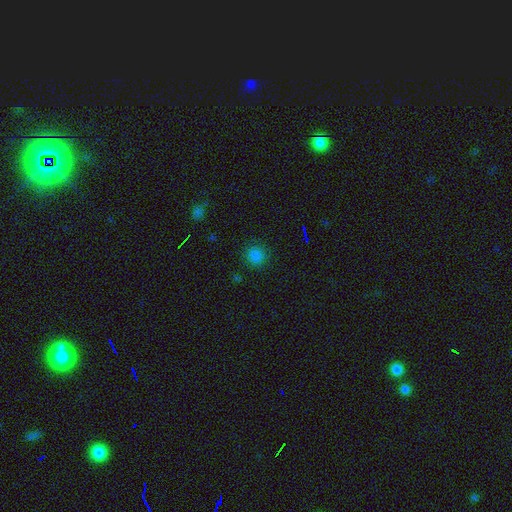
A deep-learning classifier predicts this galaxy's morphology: smooth 80%, star or artifact 17%, featured or disk 3%. Down the decision tree: how rounded — round (88%); merging — none (87%).